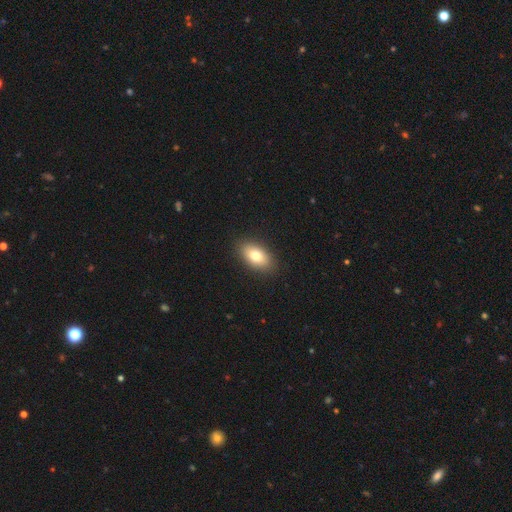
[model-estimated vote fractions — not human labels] Smooth or featured? smooth (79%)
How rounded? in between (91%)
Merging? none (89%)